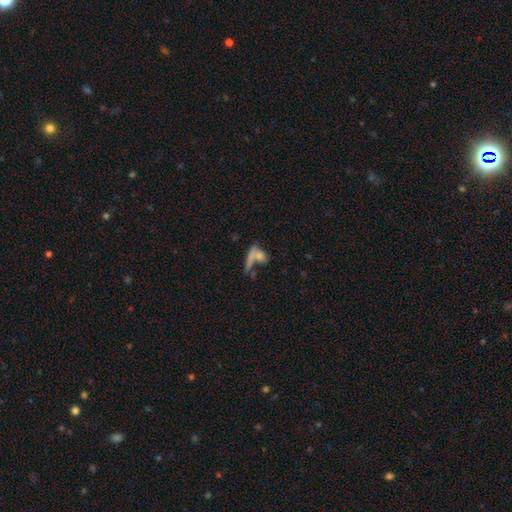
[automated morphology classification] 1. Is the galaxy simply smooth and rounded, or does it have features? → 66% smooth, 22% featured or disk, 12% star or artifact.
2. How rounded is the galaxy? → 48% in between, 41% cigar-shaped, 11% round.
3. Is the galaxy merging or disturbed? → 48% merger, 35% none, 9% minor disturbance, 8% major disturbance.